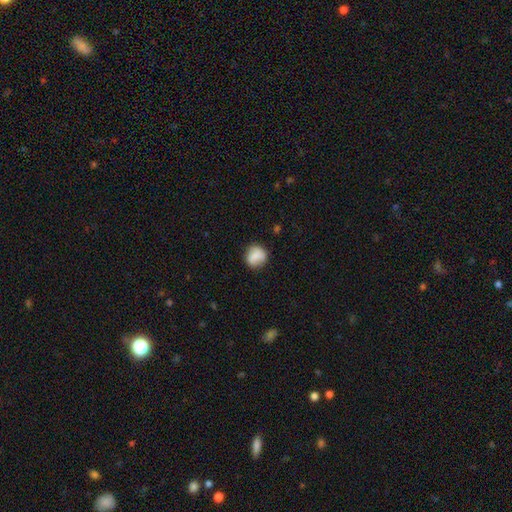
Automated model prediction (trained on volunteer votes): Smooth or featured: smooth — 79% (featured or disk — 13%)
How rounded: round — 78% (in between — 21%)
Merging: none — 74% (minor disturbance — 19%)